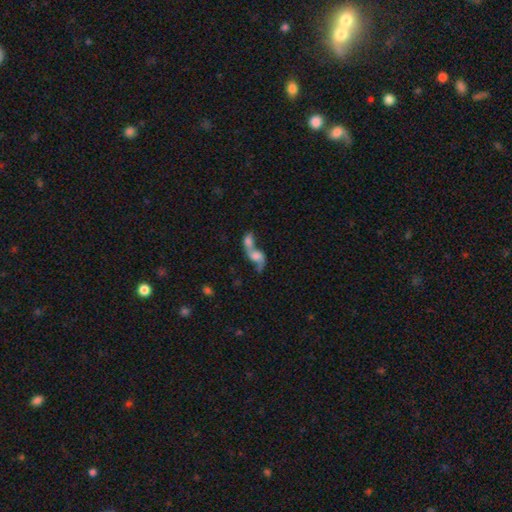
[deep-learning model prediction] A featured or disk galaxy (56%) with no bar (67%), spiral arms (72%) and a moderate central bulge (28%). Merging: merger (75%).